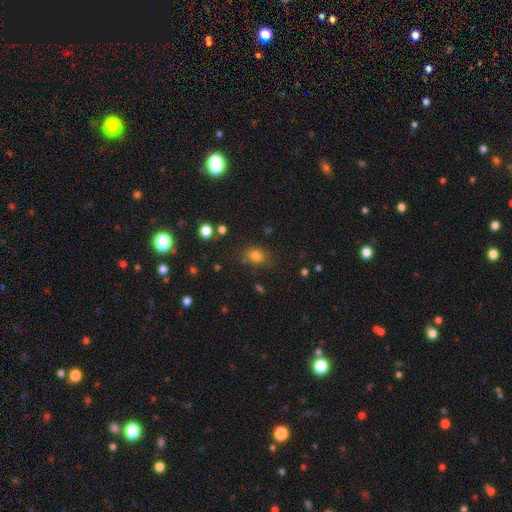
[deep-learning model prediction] Q: Smooth or featured?
A: smooth (80%); runner-up: star or artifact (13%)
Q: How rounded?
A: in between (61%); runner-up: round (38%)
Q: Merging?
A: none (72%); runner-up: minor disturbance (18%)